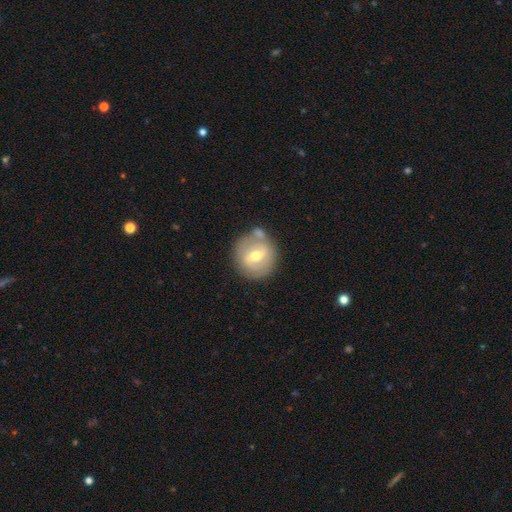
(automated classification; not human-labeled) Smooth or featured? Predicted: featured or disk (p=0.53). Edge-on disk? Predicted: no (p=0.95). Bar? Predicted: weak (p=0.52). Spiral arms? Predicted: no (p=0.55). Bulge size? Predicted: moderate (p=0.69). Merging? Predicted: none (p=0.63).